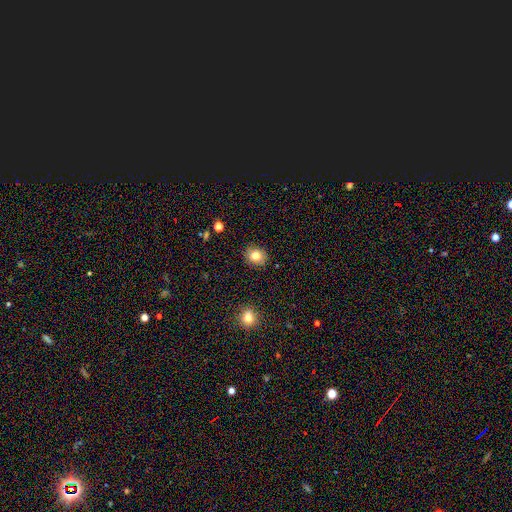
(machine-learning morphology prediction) A smooth galaxy with no disk features (80%) that is round (66%).

Vote fractions:
- Smooth or featured? smooth: 80% / star or artifact: 11% / featured or disk: 9%
- How rounded? round: 66% / in between: 33% / cigar-shaped: 1%
- Merging? none: 89% / minor disturbance: 8% / major disturbance: 2% / merger: 1%